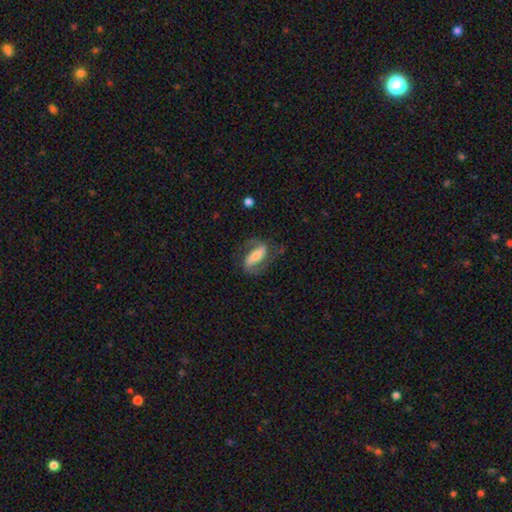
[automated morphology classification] Smooth or featured? featured or disk (76%)
Edge-on disk? no (92%)
Bar? strong (57%)
Spiral arms? yes (92%)
Spiral winding? medium (46%)
Spiral arm count? 2 (89%)
Bulge size? moderate (43%)
Merging? none (69%)